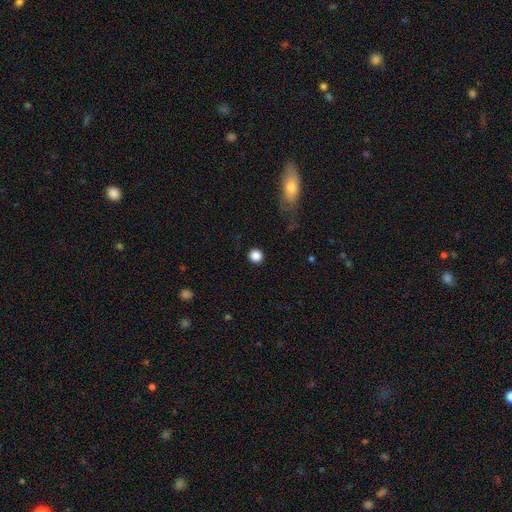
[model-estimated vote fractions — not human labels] Q: Smooth or featured?
A: smooth (86%); runner-up: star or artifact (10%)
Q: How rounded?
A: round (94%); runner-up: in between (5%)
Q: Merging?
A: none (91%); runner-up: minor disturbance (5%)